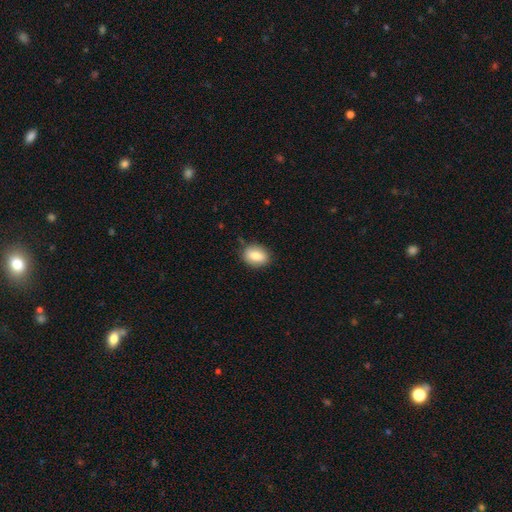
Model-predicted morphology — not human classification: This is clearly a smooth galaxy (83%). How rounded: likely in between (75%). Merging: clearly none (83%).